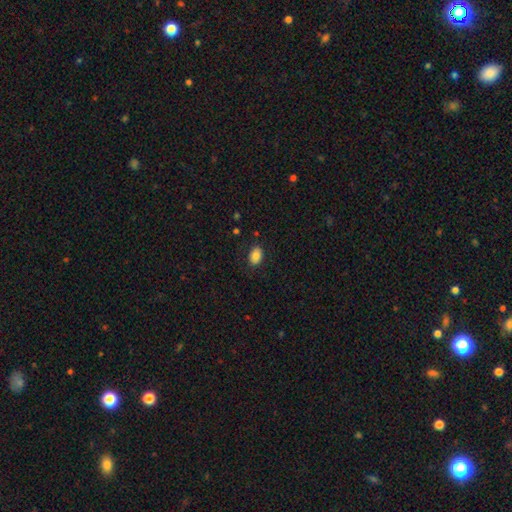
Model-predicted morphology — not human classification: Q: Smooth or featured?
A: smooth (85%); runner-up: star or artifact (9%)
Q: How rounded?
A: in between (82%); runner-up: round (17%)
Q: Merging?
A: none (84%); runner-up: minor disturbance (12%)